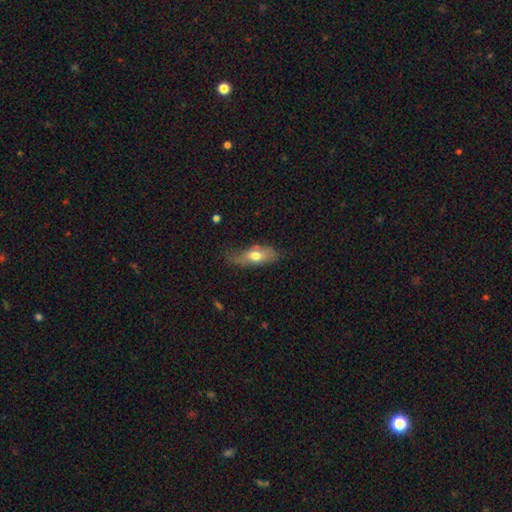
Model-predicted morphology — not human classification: This is likely a smooth galaxy (64%). How rounded: likely in between (76%). Merging: possibly none (50%).